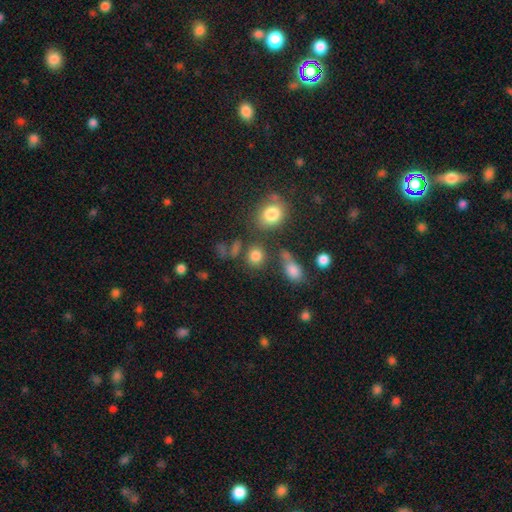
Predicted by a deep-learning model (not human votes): Smooth or featured: smooth — 80% (star or artifact — 13%)
How rounded: round — 74% (in between — 24%)
Merging: none — 68% (merger — 15%)